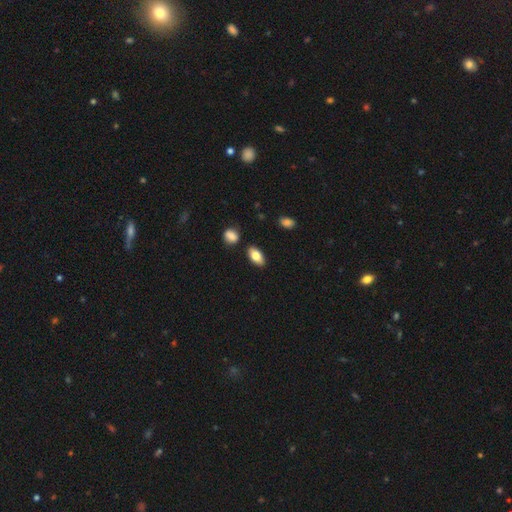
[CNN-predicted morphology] Smooth or featured? Predicted: smooth (p=0.81). How rounded? Predicted: in between (p=0.90). Merging? Predicted: none (p=0.85).